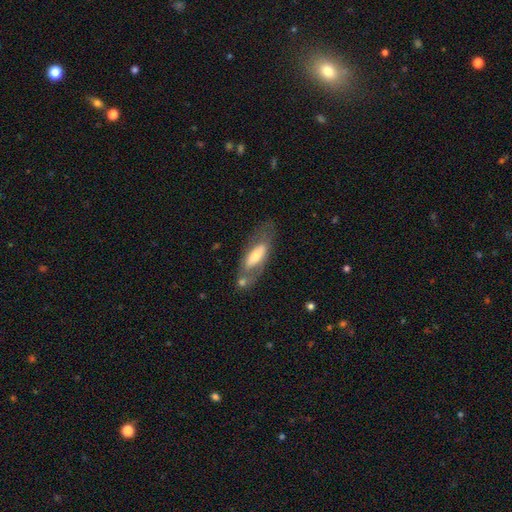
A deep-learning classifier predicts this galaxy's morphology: Smooth or featured? featured or disk (48%)
Merging? none (58%)